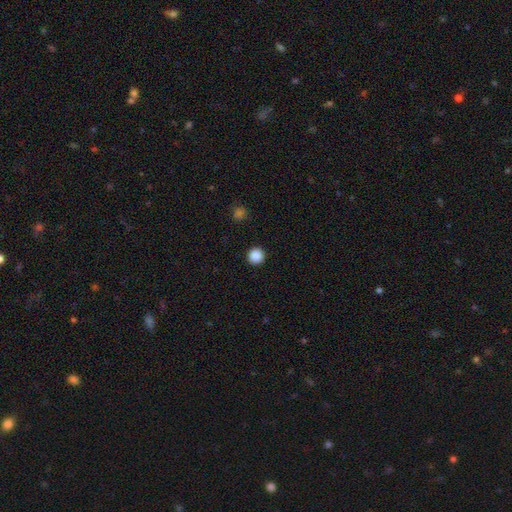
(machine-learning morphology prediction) smooth 87%, star or artifact 10%, featured or disk 3%. Down the decision tree: how rounded — round (96%); merging — none (94%).